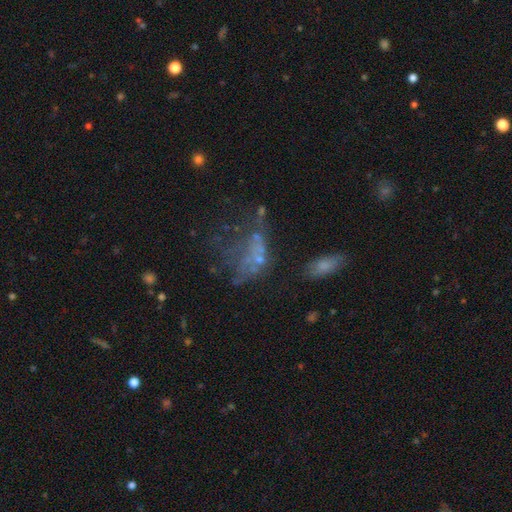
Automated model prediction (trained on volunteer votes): Smooth or featured: featured or disk — 45% (smooth — 33%)
Merging: major disturbance — 37% (none — 28%)